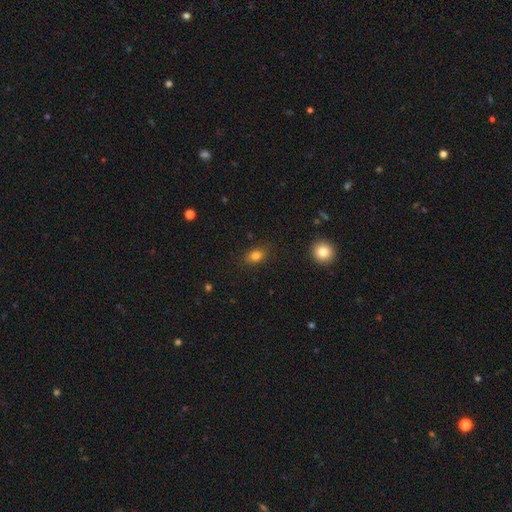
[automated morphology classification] smooth 81%, star or artifact 12%, featured or disk 7%. Down the decision tree: how rounded — in between (69%); merging — none (81%).